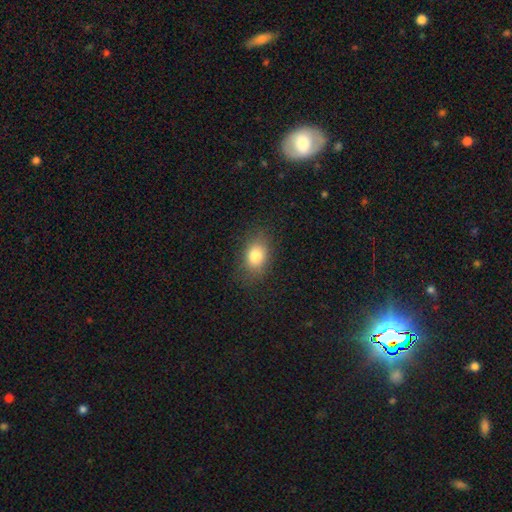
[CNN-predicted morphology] A smooth galaxy with no disk features (81%) that is in between round and cigar-shaped (74%). Merging: none (81%).